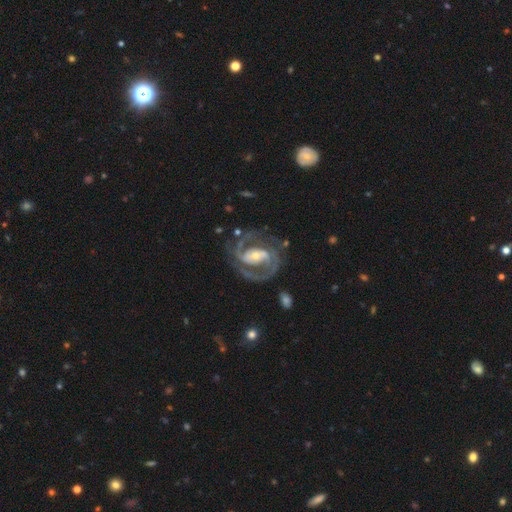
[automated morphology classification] smooth-or-featured: featured or disk: 91% | star or artifact: 4% | smooth: 4%
  disk-edge-on: no: 98% | yes: 2%
    bar: strong: 38% | weak: 35% | no: 27%
    has-spiral-arms: yes: 97% | no: 3%
      spiral-winding: medium: 53% | tight: 37% | loose: 10%
      spiral-arm-count: 2: 85% | 3: 6% | can't tell: 4% | 1: 2% | 4: 2% | more than 4: 2%
    bulge-size: small: 52% | moderate: 40% | large: 5% | none: 2% | dominant: 1%
  merging: none: 73% | minor disturbance: 14% | major disturbance: 10% | merger: 2%